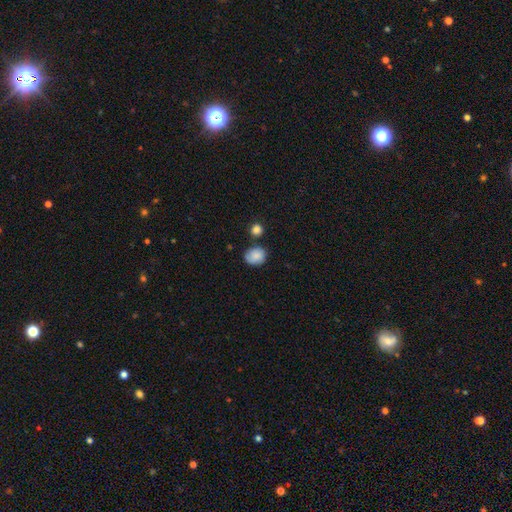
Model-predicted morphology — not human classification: This is clearly a smooth galaxy (84%). How rounded: possibly round (58%). Merging: likely none (68%).